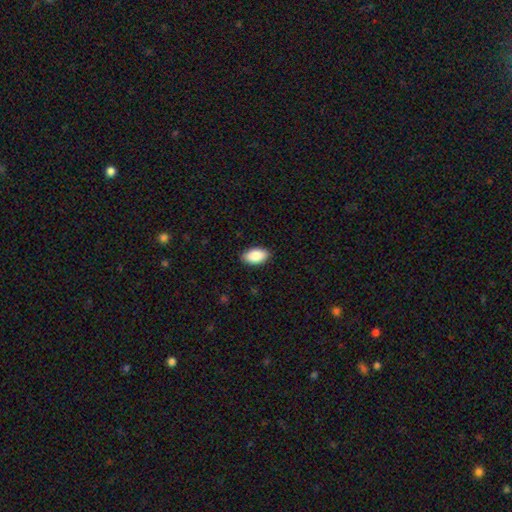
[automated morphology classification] Smooth or featured? smooth (88%)
How rounded? in between (94%)
Merging? none (89%)